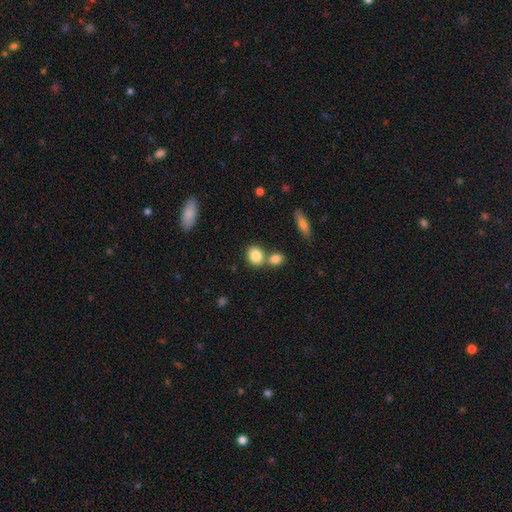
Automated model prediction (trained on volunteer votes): Smooth or featured?
  - smooth: 84% *
  - star or artifact: 8%
  - featured or disk: 8%
How rounded?
  - round: 50% *
  - in between: 48%
  - cigar-shaped: 2%
Merging?
  - none: 53% *
  - merger: 34%
  - minor disturbance: 10%
  - major disturbance: 3%